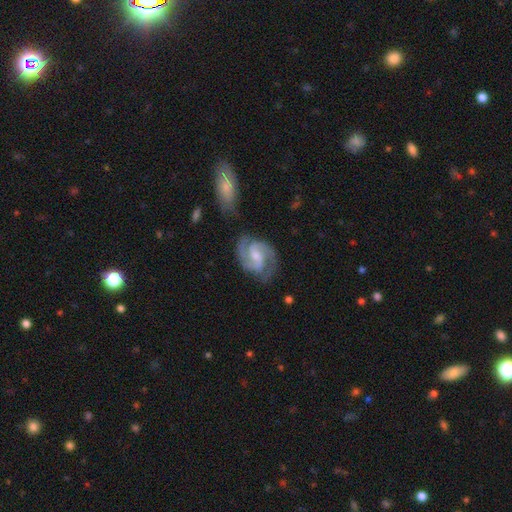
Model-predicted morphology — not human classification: A featured or disk galaxy (90%) with a weak bar (52%), 2 (79%) medium (58%) spiral arms (98%) and a small central bulge (50%).

Vote fractions:
- Smooth or featured? featured or disk: 90% / smooth: 6% / star or artifact: 4%
- Edge-on disk? no: 98% / yes: 2%
- Bar? weak: 52% / no: 34% / strong: 14%
- Spiral arms? yes: 98% / no: 2%
- Spiral winding? medium: 58% / tight: 31% / loose: 11%
- Spiral arm count? 2: 79% / 3: 12% / can't tell: 4% / 4: 2% / 1: 2% / more than 4: 2%
- Bulge size? small: 50% / moderate: 41% / none: 5% / large: 3% / dominant: 1%
- Merging? none: 72% / minor disturbance: 18% / major disturbance: 6% / merger: 3%